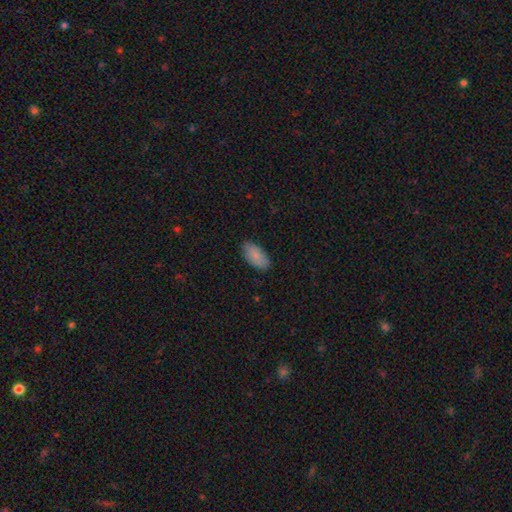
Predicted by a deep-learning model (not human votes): smooth-or-featured: smooth: 84% | featured or disk: 10% | star or artifact: 6%
  how-rounded: in between: 94% | cigar-shaped: 4% | round: 3%
  merging: none: 86% | minor disturbance: 11% | major disturbance: 2% | merger: 1%